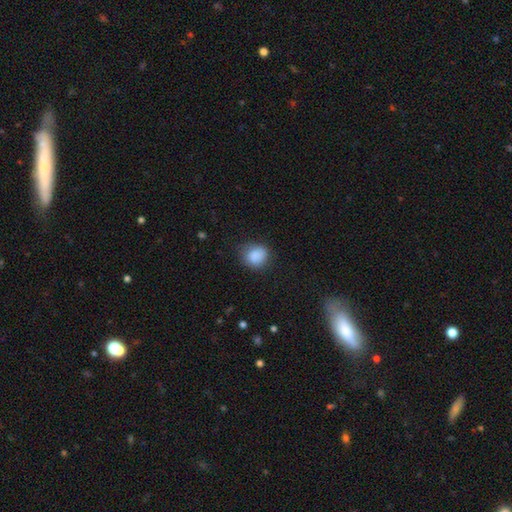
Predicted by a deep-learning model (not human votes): smooth_or_featured: smooth (p=0.87) [alt: star or artifact p=0.08]
how_rounded: round (p=0.72) [alt: in between p=0.27]
merging: none (p=0.70) [alt: minor disturbance p=0.23]